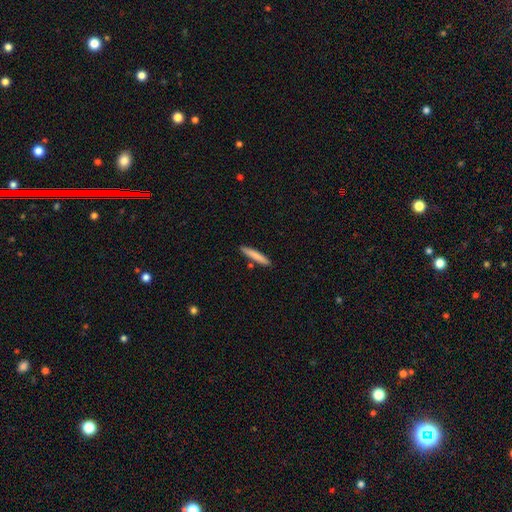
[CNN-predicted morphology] A smooth galaxy with no disk features (81%) that is cigar-shaped (93%).

Vote fractions:
- Smooth or featured? smooth: 81% / featured or disk: 13% / star or artifact: 6%
- How rounded? cigar-shaped: 93% / in between: 6% / round: 1%
- Merging? none: 87% / minor disturbance: 8% / merger: 3% / major disturbance: 2%